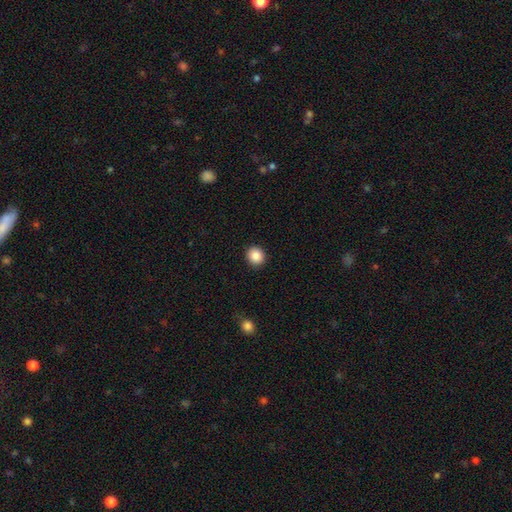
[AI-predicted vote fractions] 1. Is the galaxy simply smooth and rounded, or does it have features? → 87% smooth, 9% star or artifact, 4% featured or disk.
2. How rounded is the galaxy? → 88% round, 11% in between, 1% cigar-shaped.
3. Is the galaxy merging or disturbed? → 92% none, 5% minor disturbance, 2% major disturbance, 1% merger.